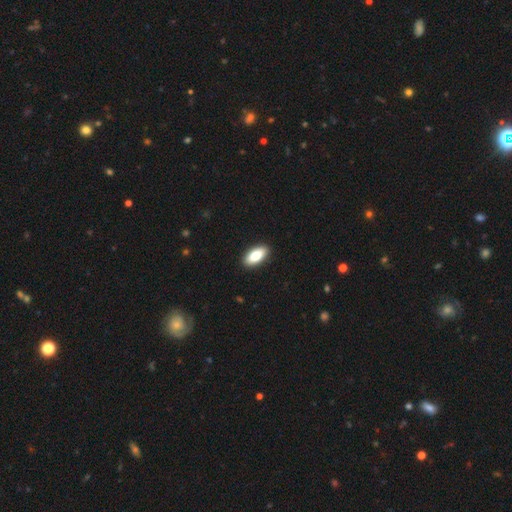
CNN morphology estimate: smooth-or-featured: smooth: 80% | featured or disk: 14% | star or artifact: 6%
  how-rounded: in between: 90% | cigar-shaped: 8% | round: 3%
  merging: none: 91% | minor disturbance: 6% | major disturbance: 1% | merger: 1%